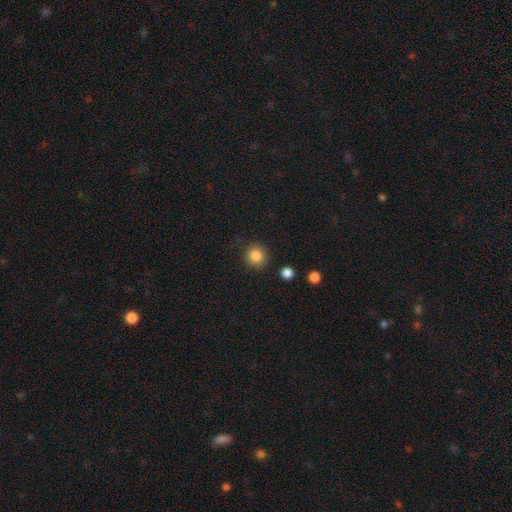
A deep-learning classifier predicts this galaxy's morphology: Smooth or featured: smooth — 85% (star or artifact — 10%)
How rounded: round — 92% (in between — 7%)
Merging: none — 88% (minor disturbance — 7%)